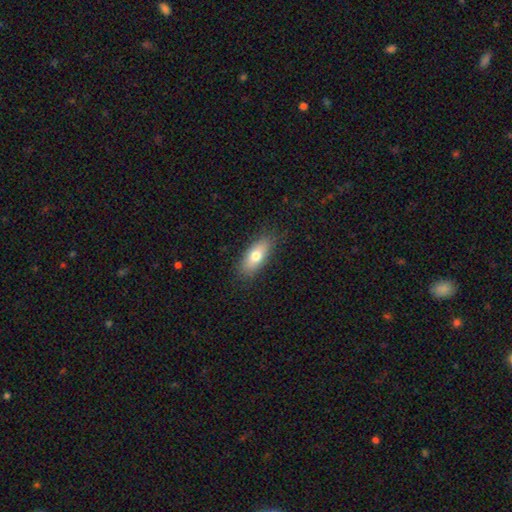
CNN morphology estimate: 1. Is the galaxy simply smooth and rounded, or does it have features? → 73% smooth, 20% featured or disk, 7% star or artifact.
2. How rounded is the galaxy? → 79% in between, 17% cigar-shaped, 4% round.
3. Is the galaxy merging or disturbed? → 85% none, 12% minor disturbance, 3% major disturbance, 1% merger.